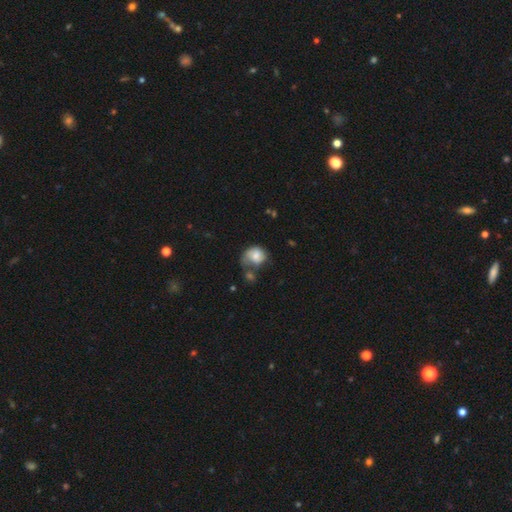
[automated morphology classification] Smooth or featured?
  - smooth: 69% *
  - featured or disk: 23%
  - star or artifact: 8%
How rounded?
  - round: 57% *
  - in between: 43%
  - cigar-shaped: 1%
Merging?
  - none: 31% *
  - minor disturbance: 26%
  - merger: 23%
  - major disturbance: 20%